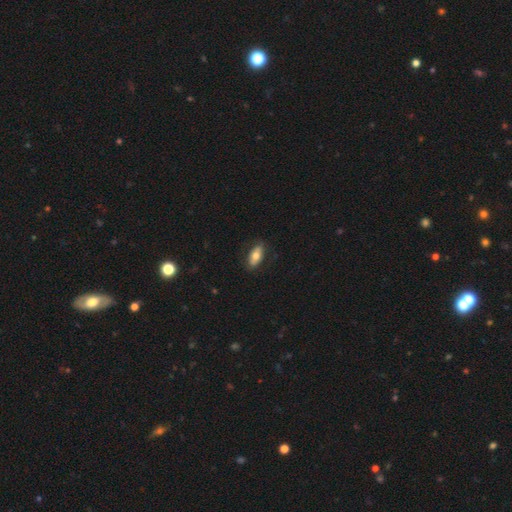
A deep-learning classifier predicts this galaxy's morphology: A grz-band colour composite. It shows a smooth galaxy with no disk features (69%) that is in between round and cigar-shaped (87%). Merging: none (82%).